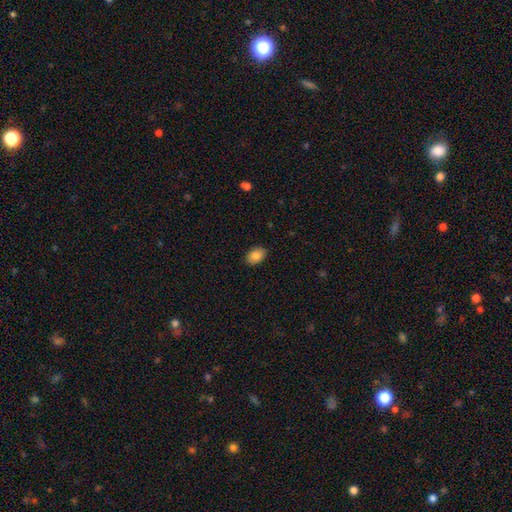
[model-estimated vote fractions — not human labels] Q: Smooth or featured?
A: smooth (85%); runner-up: star or artifact (8%)
Q: How rounded?
A: in between (81%); runner-up: round (18%)
Q: Merging?
A: none (88%); runner-up: minor disturbance (9%)